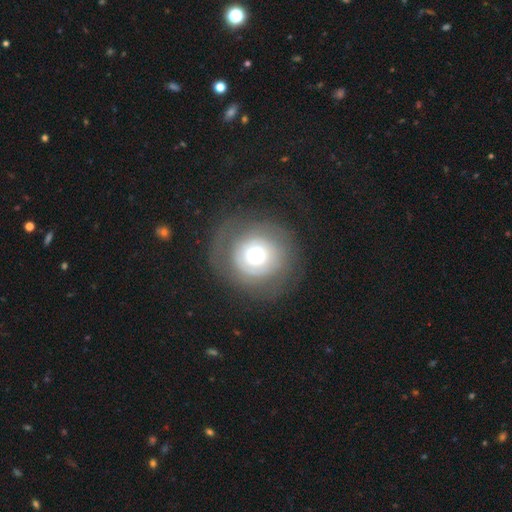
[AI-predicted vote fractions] A featured or disk galaxy (50%).

Vote fractions:
- Smooth or featured? featured or disk: 50% / smooth: 42% / star or artifact: 8%
- Edge-on disk? no: 96% / yes: 4%
- Merging? none: 68% / minor disturbance: 16% / major disturbance: 15% / merger: 1%